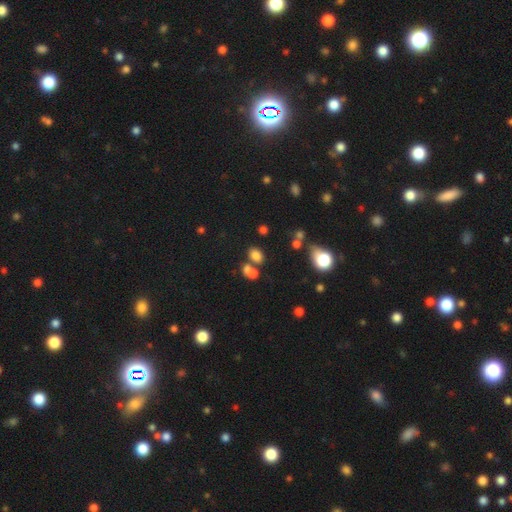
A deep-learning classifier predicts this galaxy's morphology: This is likely a smooth galaxy (73%). How rounded: likely in between (65%). Merging: possibly none (52%).